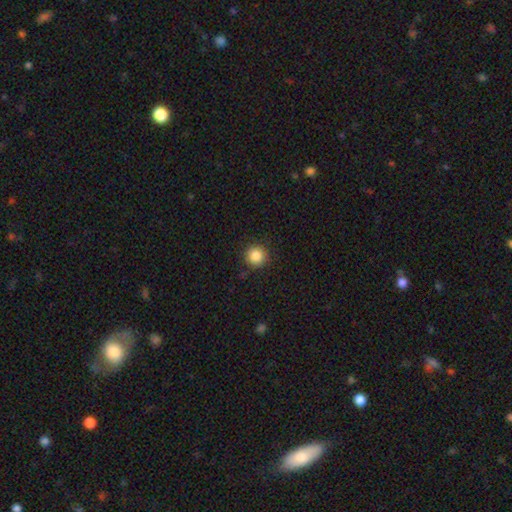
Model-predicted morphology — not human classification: Smooth or featured?
  - smooth: 86% *
  - star or artifact: 10%
  - featured or disk: 4%
How rounded?
  - round: 95% *
  - in between: 4%
  - cigar-shaped: 1%
Merging?
  - none: 90% *
  - minor disturbance: 7%
  - major disturbance: 2%
  - merger: 1%